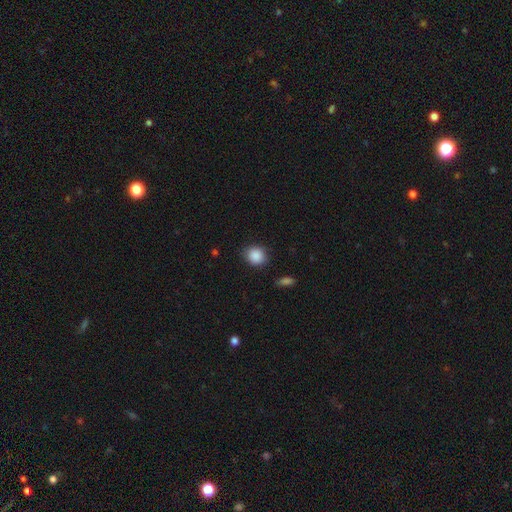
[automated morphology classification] smooth_or_featured: smooth (p=0.88) [alt: star or artifact p=0.08]
how_rounded: round (p=0.78) [alt: in between p=0.21]
merging: none (p=0.83) [alt: minor disturbance p=0.12]